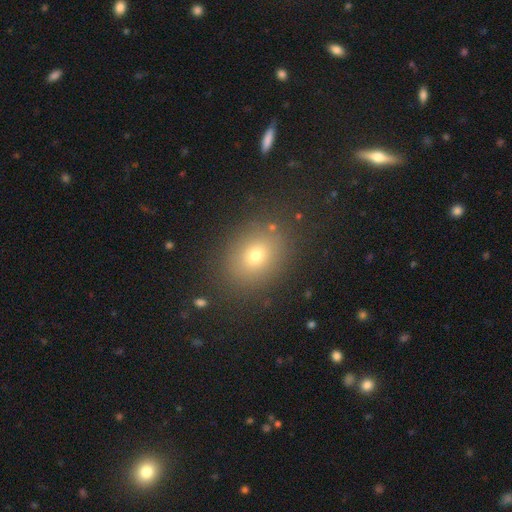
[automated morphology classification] Smooth or featured? Predicted: smooth (p=0.68). How rounded? Predicted: round (p=0.54). Merging? Predicted: none (p=0.87).